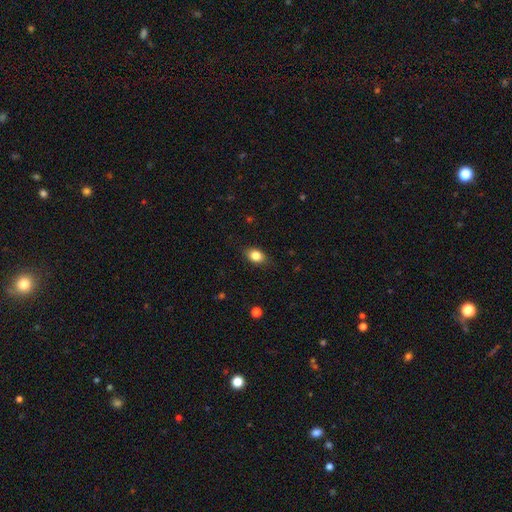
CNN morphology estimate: Smooth or featured? Predicted: smooth (p=0.83). How rounded? Predicted: in between (p=0.77). Merging? Predicted: none (p=0.84).